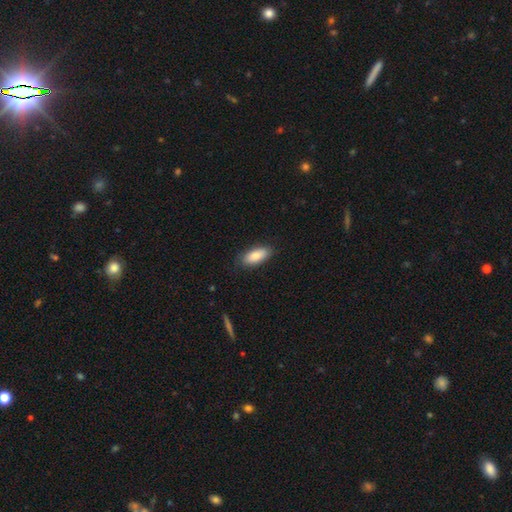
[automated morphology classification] A smooth galaxy with no disk features (86%) that is in between round and cigar-shaped (85%).

Vote fractions:
- Smooth or featured? smooth: 86% / featured or disk: 8% / star or artifact: 6%
- How rounded? in between: 85% / cigar-shaped: 12% / round: 2%
- Merging? none: 84% / minor disturbance: 13% / major disturbance: 2% / merger: 1%